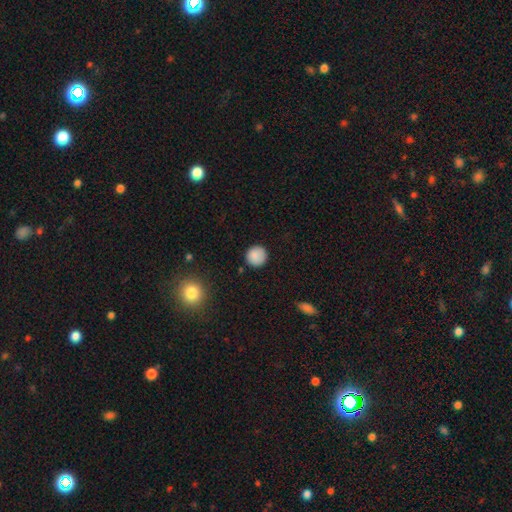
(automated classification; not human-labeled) smooth_or_featured: smooth (p=0.87) [alt: star or artifact p=0.09]
how_rounded: round (p=0.94) [alt: in between p=0.05]
merging: none (p=0.88) [alt: minor disturbance p=0.08]